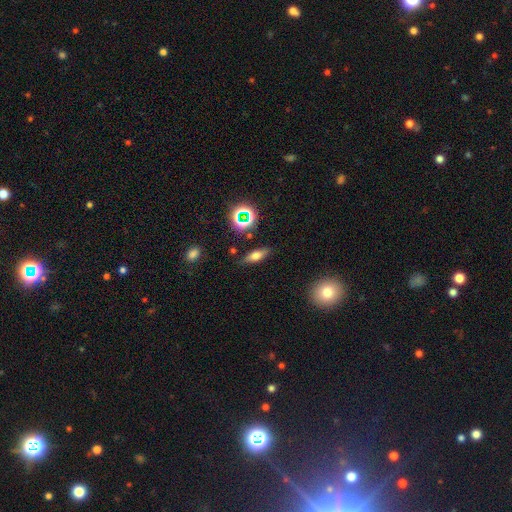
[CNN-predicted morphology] Smooth or featured: smooth — 59% (featured or disk — 26%)
How rounded: in between — 54% (cigar-shaped — 38%)
Merging: none — 83% (minor disturbance — 12%)